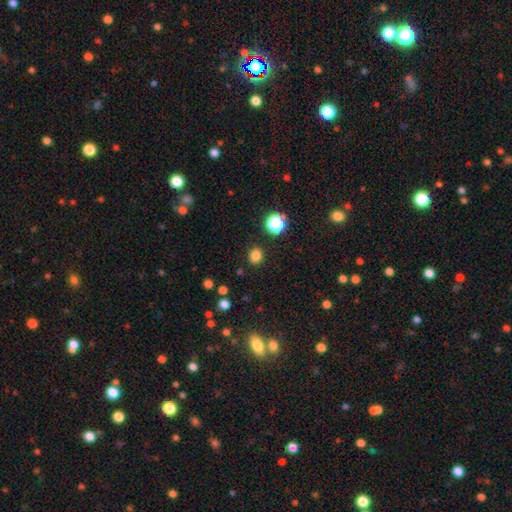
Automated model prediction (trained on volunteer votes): The model was most divided on "how rounded": round: 75%, in between: 24%, cigar-shaped: 1%. More confident: merging — none (89%); smooth or featured — smooth (82%).